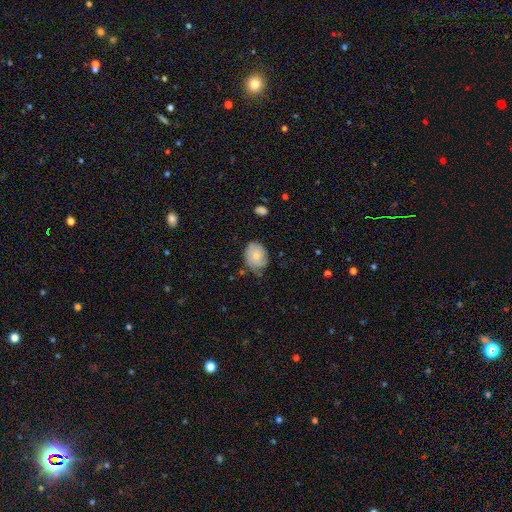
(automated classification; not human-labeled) Overall: smooth (59%; featured or disk 33%). How rounded: in between (60%; round 39%). Merging: none (56%; minor disturbance 32%).